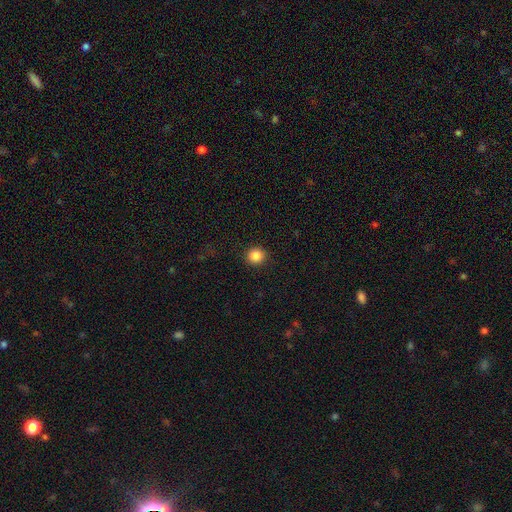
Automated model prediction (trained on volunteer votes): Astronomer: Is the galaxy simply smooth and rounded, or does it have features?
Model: smooth — 87%.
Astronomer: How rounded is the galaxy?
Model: round — 92%.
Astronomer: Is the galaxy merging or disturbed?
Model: none — 92%.